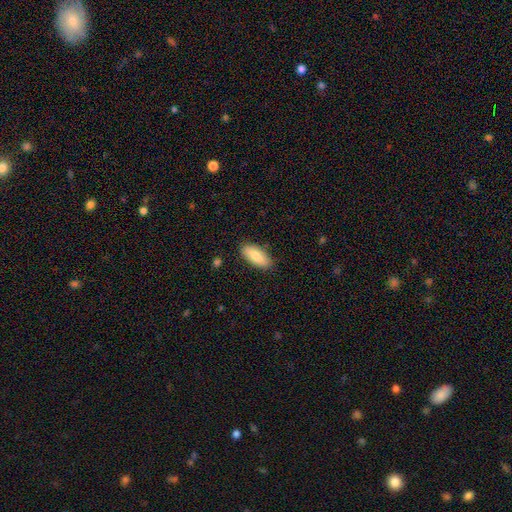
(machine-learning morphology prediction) This appears to be a smooth galaxy with no disk features (81%) that is in between round and cigar-shaped (86%). Merging: none (85%).